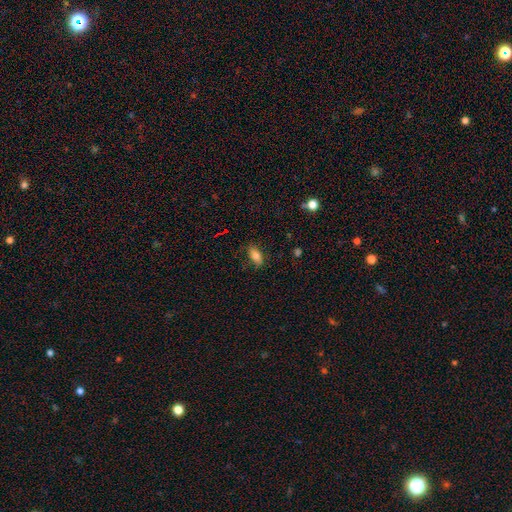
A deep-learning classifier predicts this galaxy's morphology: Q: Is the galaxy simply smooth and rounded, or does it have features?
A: smooth — 79%.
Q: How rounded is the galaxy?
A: in between — 87%.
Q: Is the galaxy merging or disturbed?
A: none — 77%.